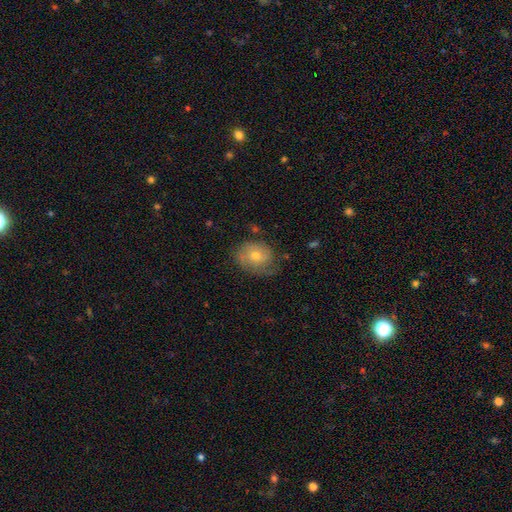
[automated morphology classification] Smooth or featured? smooth (48%)
Merging? none (62%)